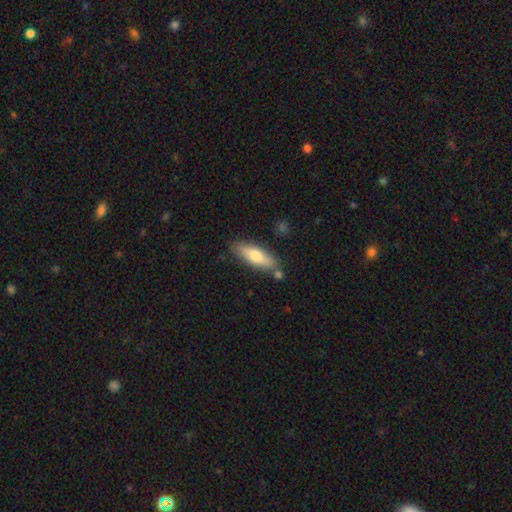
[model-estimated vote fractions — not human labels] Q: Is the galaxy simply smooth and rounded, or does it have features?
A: smooth — 70%.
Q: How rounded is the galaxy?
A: in between — 52%.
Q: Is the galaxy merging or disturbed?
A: none — 75%.